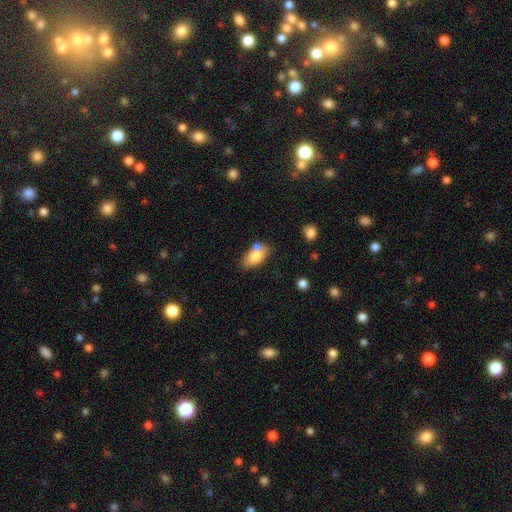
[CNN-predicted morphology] smooth-or-featured: smooth: 77% | featured or disk: 15% | star or artifact: 8%
  how-rounded: in between: 90% | round: 6% | cigar-shaped: 4%
  merging: none: 52% | merger: 23% | minor disturbance: 20% | major disturbance: 6%